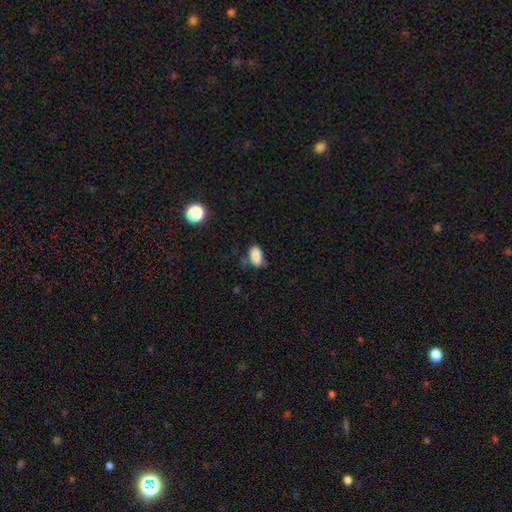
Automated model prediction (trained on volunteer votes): A smooth galaxy with no disk features (85%) that is in between round and cigar-shaped (90%).

Vote fractions:
- Smooth or featured? smooth: 85% / star or artifact: 9% / featured or disk: 6%
- How rounded? in between: 90% / round: 5% / cigar-shaped: 4%
- Merging? none: 57% / minor disturbance: 30% / major disturbance: 8% / merger: 4%